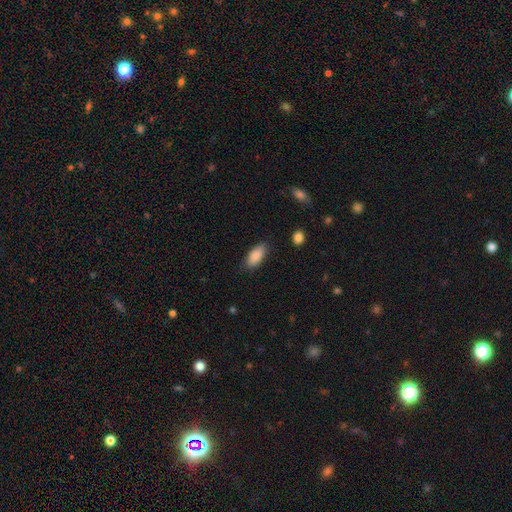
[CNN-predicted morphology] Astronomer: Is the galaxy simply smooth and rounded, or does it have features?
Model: smooth — 88%.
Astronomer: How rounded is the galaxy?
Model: in between — 88%.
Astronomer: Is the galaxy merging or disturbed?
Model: none — 82%.